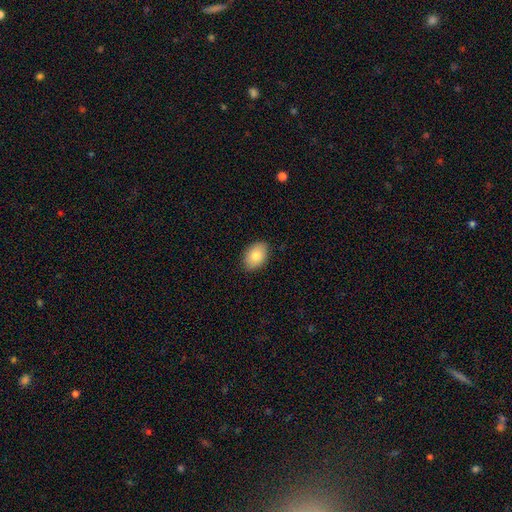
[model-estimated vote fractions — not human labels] Q: Smooth or featured?
A: smooth (82%); runner-up: featured or disk (11%)
Q: How rounded?
A: in between (85%); runner-up: round (14%)
Q: Merging?
A: none (87%); runner-up: minor disturbance (10%)